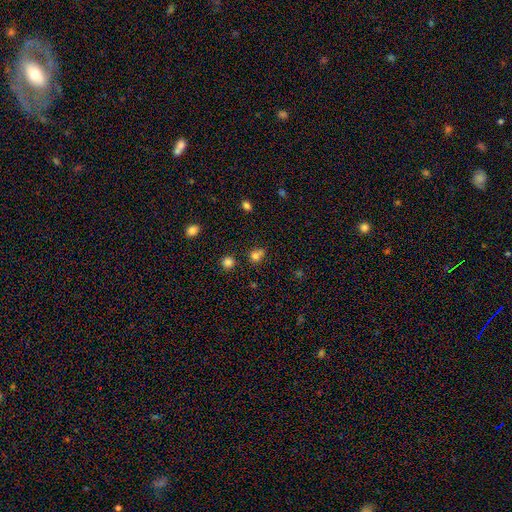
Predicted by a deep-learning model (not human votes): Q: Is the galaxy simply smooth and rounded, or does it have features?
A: smooth — 76%.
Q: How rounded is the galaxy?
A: round — 70%.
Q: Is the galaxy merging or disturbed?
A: none — 52%.